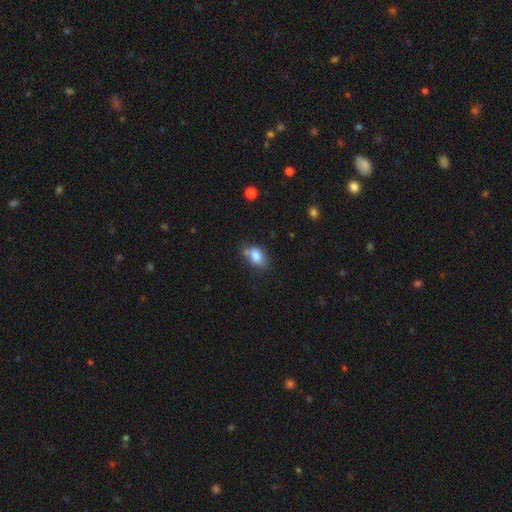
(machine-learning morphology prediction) The model was most divided on "merging": none: 54%, minor disturbance: 28%, merger: 11%, major disturbance: 7%. More confident: how rounded — in between (80%); smooth or featured — smooth (78%).